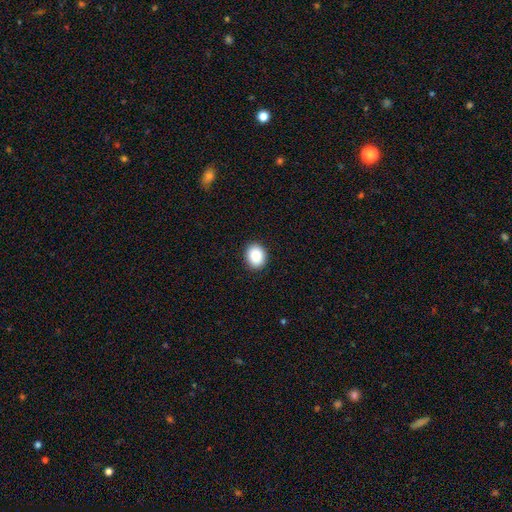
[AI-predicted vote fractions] smooth_or_featured: smooth (p=0.89) [alt: star or artifact p=0.08]
how_rounded: in between (p=0.51) [alt: round p=0.48]
merging: none (p=0.91) [alt: minor disturbance p=0.06]